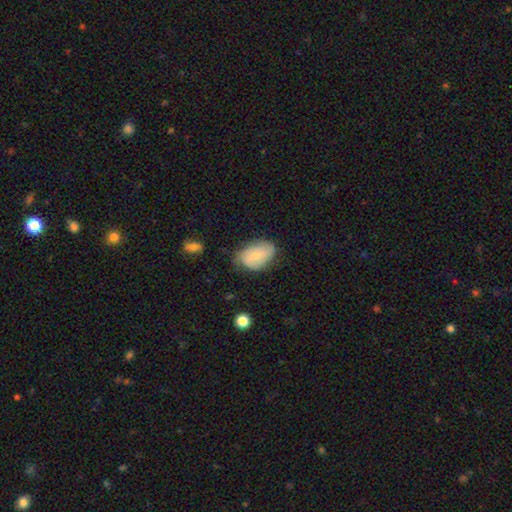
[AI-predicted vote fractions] Smooth or featured: smooth — 65% (featured or disk — 28%)
How rounded: in between — 87% (round — 11%)
Merging: none — 58% (minor disturbance — 32%)